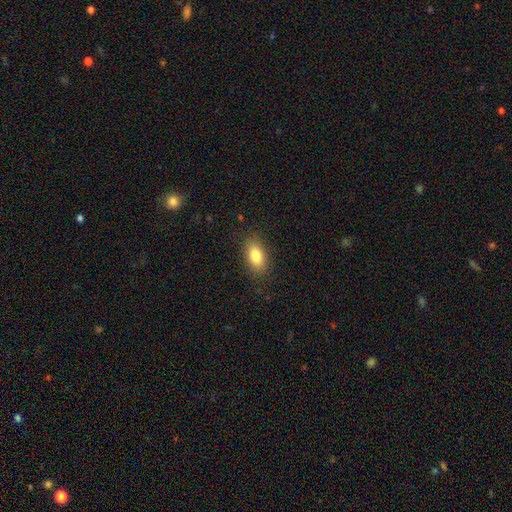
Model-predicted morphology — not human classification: Smooth or featured: smooth — 84% (featured or disk — 9%)
How rounded: in between — 89% (cigar-shaped — 6%)
Merging: none — 86% (minor disturbance — 10%)